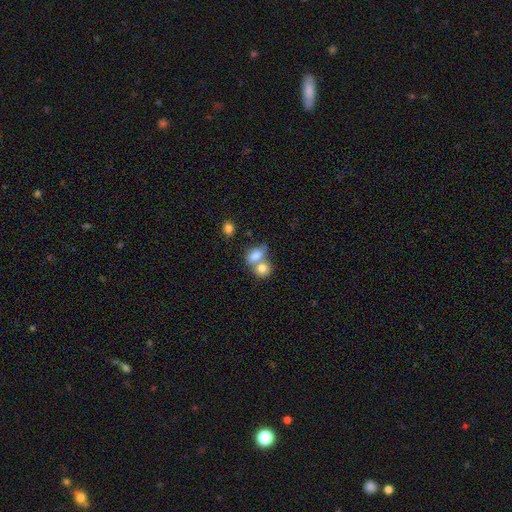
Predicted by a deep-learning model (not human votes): smooth-or-featured: smooth: 78% | featured or disk: 13% | star or artifact: 9%
  how-rounded: in between: 66% | round: 32% | cigar-shaped: 2%
  merging: merger: 61% | none: 26% | minor disturbance: 9% | major disturbance: 5%